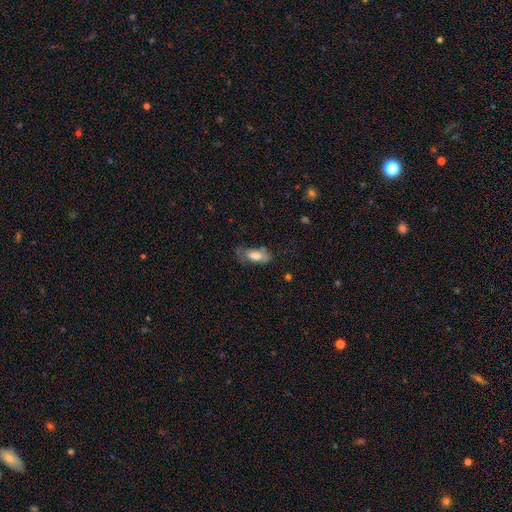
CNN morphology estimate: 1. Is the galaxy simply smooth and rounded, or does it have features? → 69% smooth, 23% featured or disk, 7% star or artifact.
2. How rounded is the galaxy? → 82% in between, 16% cigar-shaped, 3% round.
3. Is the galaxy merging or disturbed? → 49% none, 30% minor disturbance, 18% major disturbance, 3% merger.